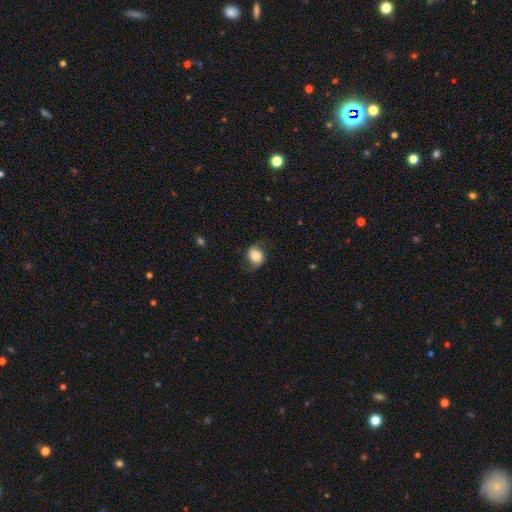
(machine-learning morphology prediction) Smooth or featured: smooth — 74% (featured or disk — 18%)
How rounded: in between — 52% (round — 47%)
Merging: none — 69% (minor disturbance — 22%)